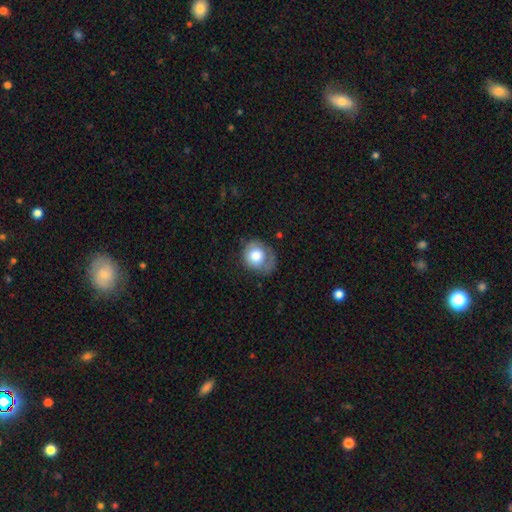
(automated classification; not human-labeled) Q: Smooth or featured?
A: smooth (70%); runner-up: featured or disk (22%)
Q: How rounded?
A: round (73%); runner-up: in between (26%)
Q: Merging?
A: none (47%); runner-up: minor disturbance (30%)